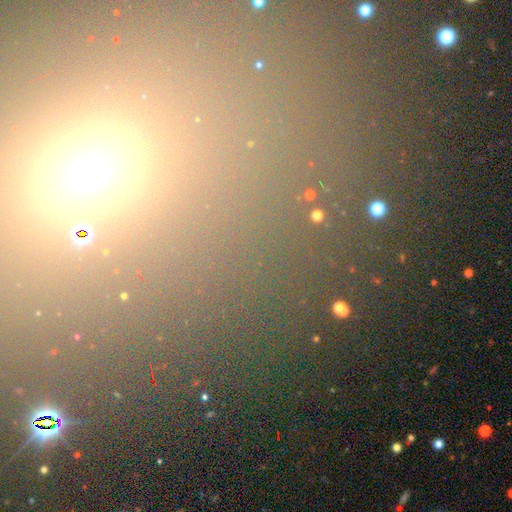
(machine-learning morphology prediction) Smooth or featured?
  - star or artifact: 61% *
  - smooth: 30%
  - featured or disk: 9%